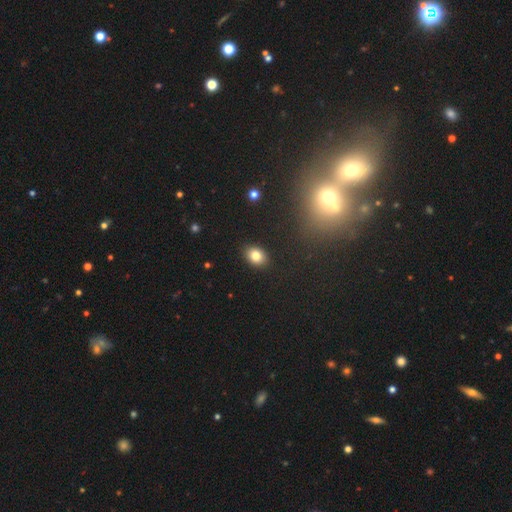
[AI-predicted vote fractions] Morphology: type=smooth (82%); roundness=in between (71%); merging=none (90%).